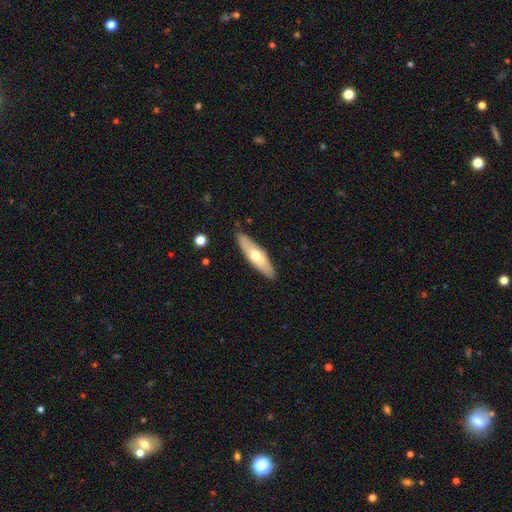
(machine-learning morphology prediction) A smooth galaxy with no disk features (53%) that is cigar-shaped (60%). Merging: none (87%).